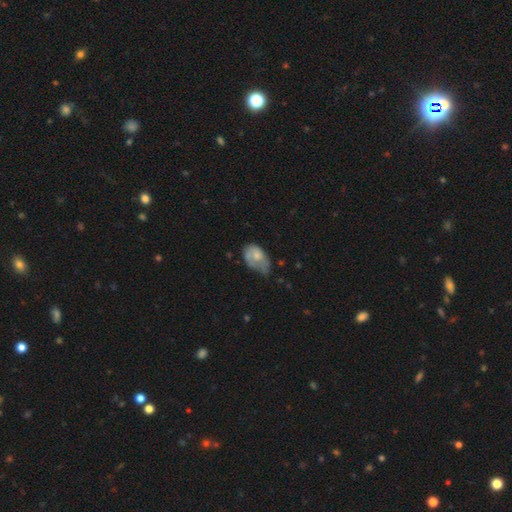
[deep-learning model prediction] Morphology: type=smooth (60%); roundness=in between (85%); merging=minor disturbance (43%).